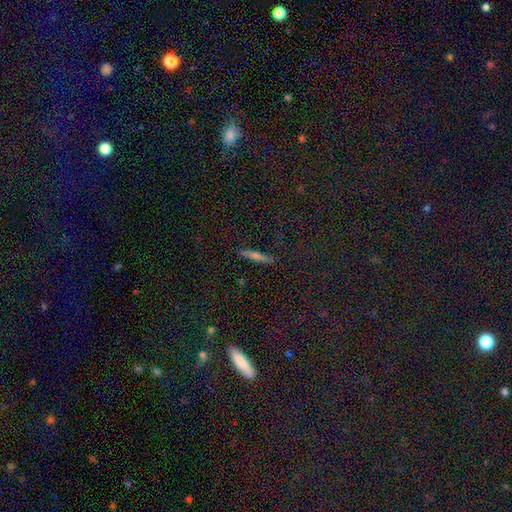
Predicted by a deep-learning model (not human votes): Morphology: type=smooth (43%); merging=none (87%).